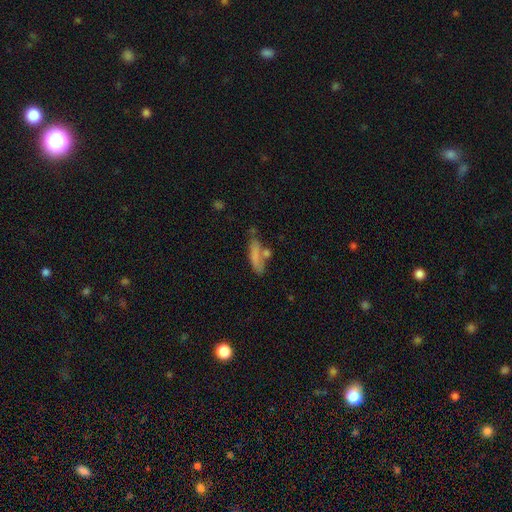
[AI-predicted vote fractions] Smooth or featured? Predicted: smooth (p=0.73). How rounded? Predicted: cigar-shaped (p=0.62). Merging? Predicted: none (p=0.53).